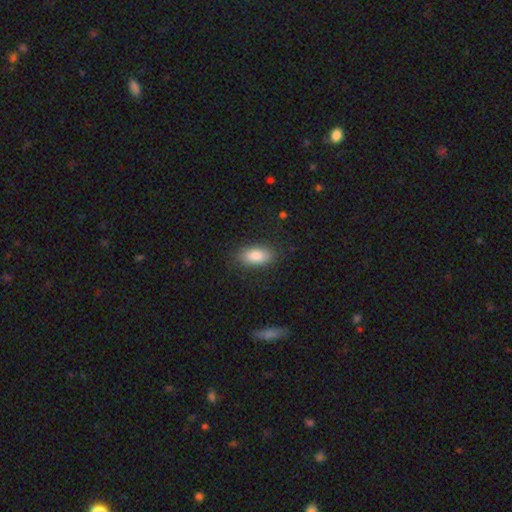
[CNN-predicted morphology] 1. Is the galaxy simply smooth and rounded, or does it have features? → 85% smooth, 8% featured or disk, 7% star or artifact.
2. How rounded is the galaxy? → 90% in between, 6% cigar-shaped, 4% round.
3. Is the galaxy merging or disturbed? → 85% none, 11% minor disturbance, 3% major disturbance, 1% merger.